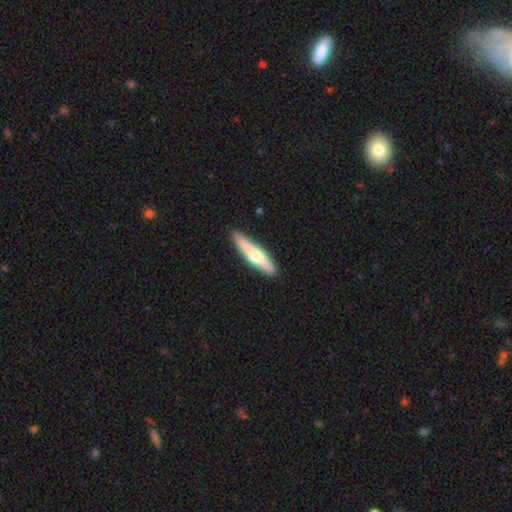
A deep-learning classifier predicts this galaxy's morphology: This appears to be a featured or disk galaxy (48%). Merging: none (90%).